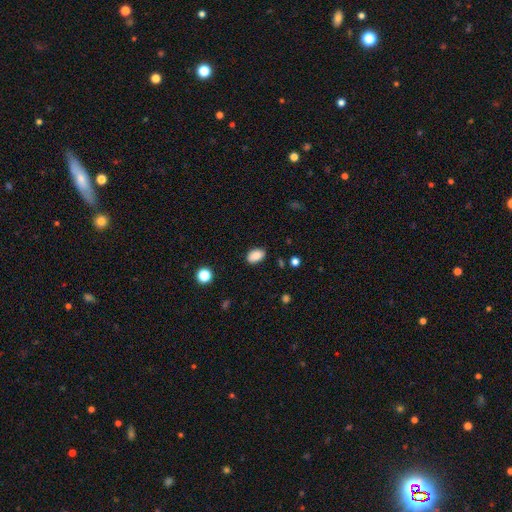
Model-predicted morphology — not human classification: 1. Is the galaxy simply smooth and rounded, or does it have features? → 87% smooth, 8% star or artifact, 4% featured or disk.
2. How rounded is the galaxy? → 90% in between, 9% round, 1% cigar-shaped.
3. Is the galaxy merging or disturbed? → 85% none, 11% minor disturbance, 3% major disturbance, 1% merger.